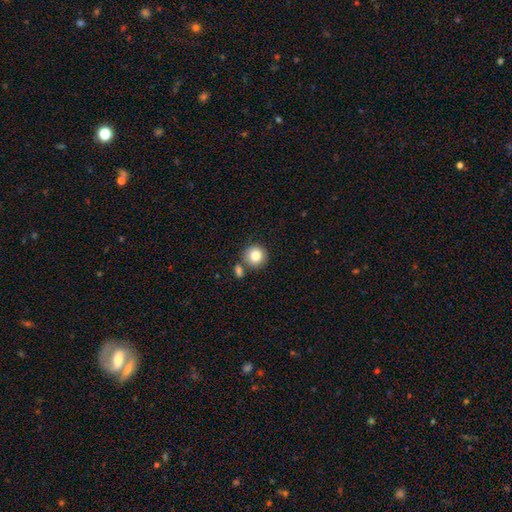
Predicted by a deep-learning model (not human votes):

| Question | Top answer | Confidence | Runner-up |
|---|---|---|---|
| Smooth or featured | smooth | 83% | star or artifact (9%) |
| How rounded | round | 92% | in between (7%) |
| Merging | none | 73% | merger (15%) |